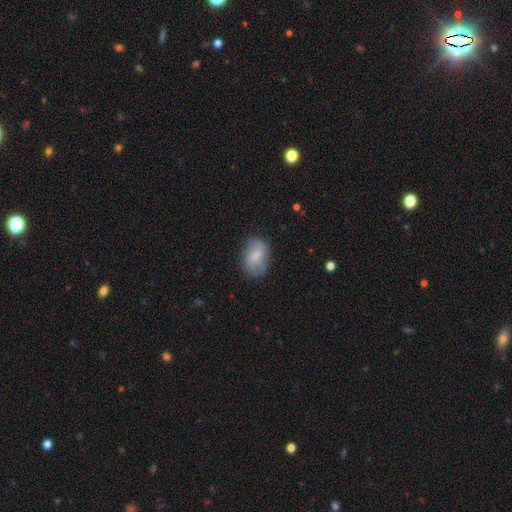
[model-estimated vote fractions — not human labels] smooth 67%, featured or disk 25%, star or artifact 8%. Down the decision tree: how rounded — in between (85%); merging — none (67%).